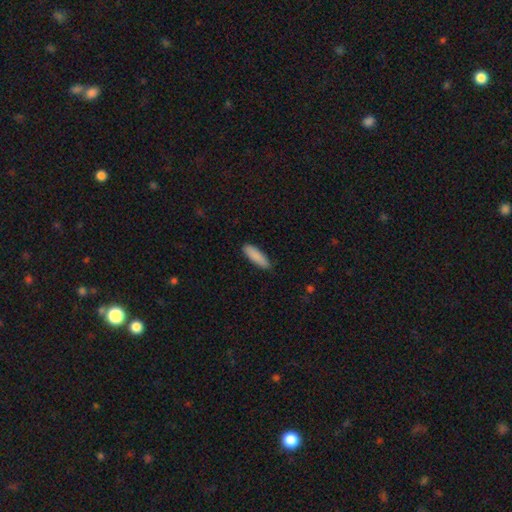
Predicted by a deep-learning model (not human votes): smooth_or_featured: smooth (p=0.89) [alt: star or artifact p=0.06]
how_rounded: cigar-shaped (p=0.56) [alt: in between p=0.42]
merging: none (p=0.85) [alt: minor disturbance p=0.12]